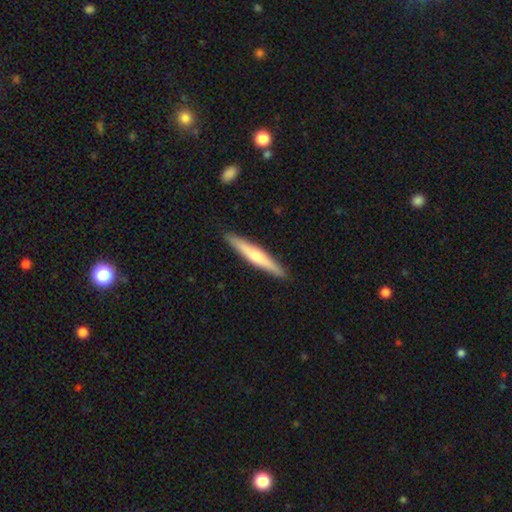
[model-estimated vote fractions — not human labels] This appears to be a featured or disk galaxy (55%) viewed edge-on (96%) with a rounded central bulge (80%). Merging: none (91%).